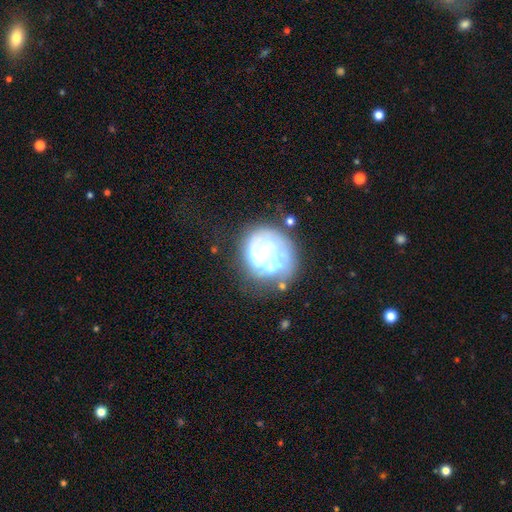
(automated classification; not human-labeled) Smooth or featured? featured or disk (61%)
Edge-on disk? no (98%)
Bar? no (75%)
Spiral arms? no (73%)
Bulge size? none (33%)
Merging? none (42%)